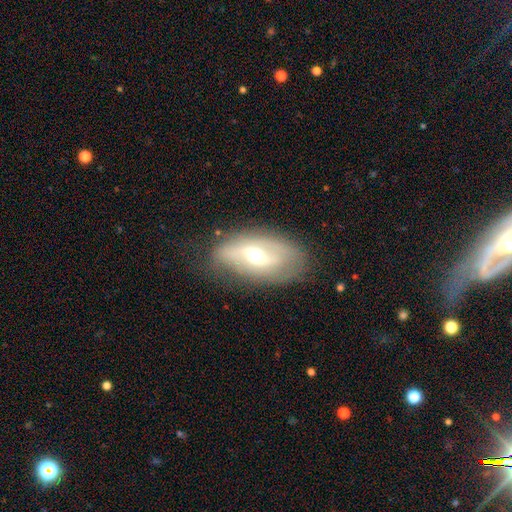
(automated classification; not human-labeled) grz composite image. It shows a featured or disk galaxy (63%) with a weak bar (41%), spiral arms (60%) and a moderate central bulge (70%). Merging: none (70%).